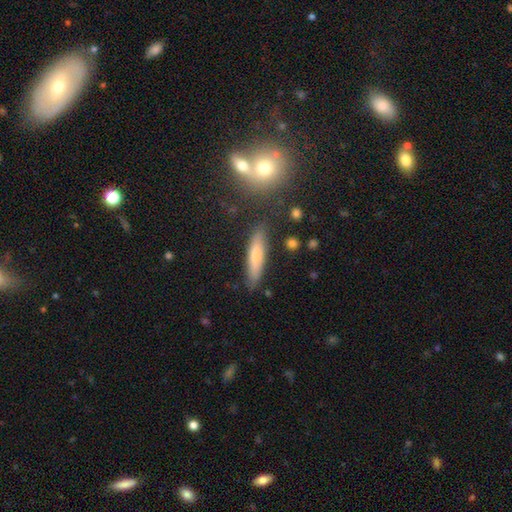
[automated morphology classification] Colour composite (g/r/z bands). It shows a smooth galaxy with no disk features (68%) that is cigar-shaped (80%). Merging: none (84%).